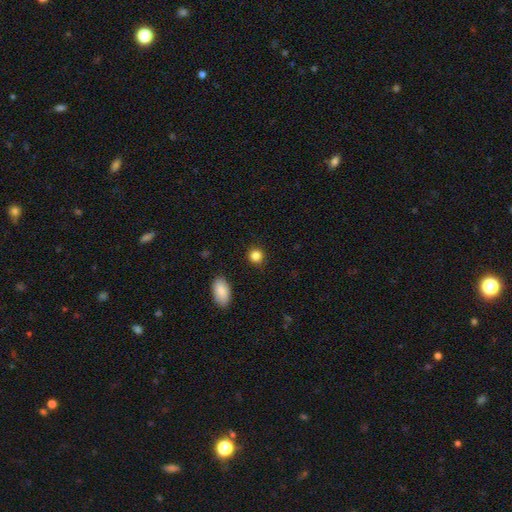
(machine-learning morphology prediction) A smooth galaxy with no disk features (86%) that is round (86%). Merging: none (89%).